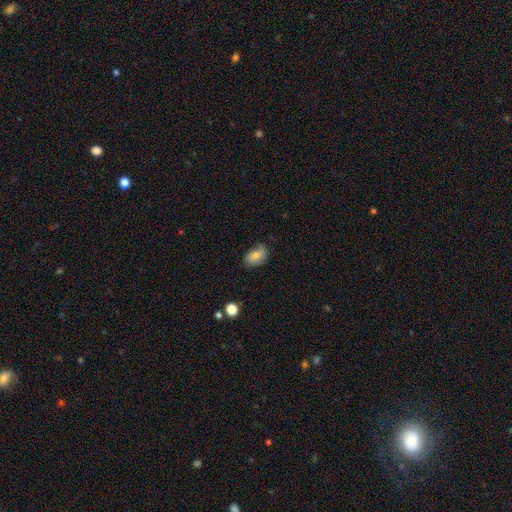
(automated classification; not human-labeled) Morphology: type=smooth (78%); roundness=in between (88%); merging=none (66%).